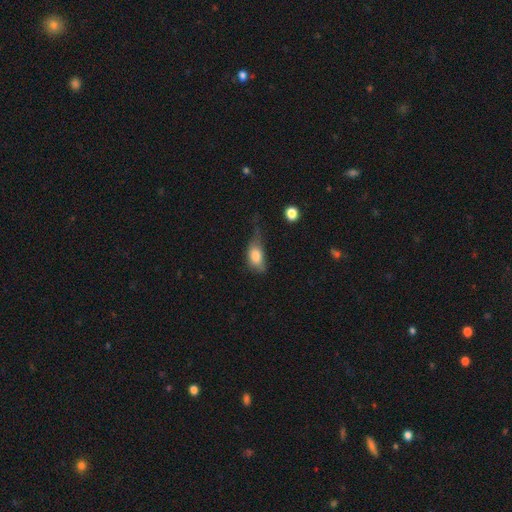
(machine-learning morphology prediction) smooth-or-featured: smooth: 78% | featured or disk: 14% | star or artifact: 8%
  how-rounded: in between: 86% | round: 9% | cigar-shaped: 5%
  merging: minor disturbance: 36% | major disturbance: 35% | none: 26% | merger: 4%